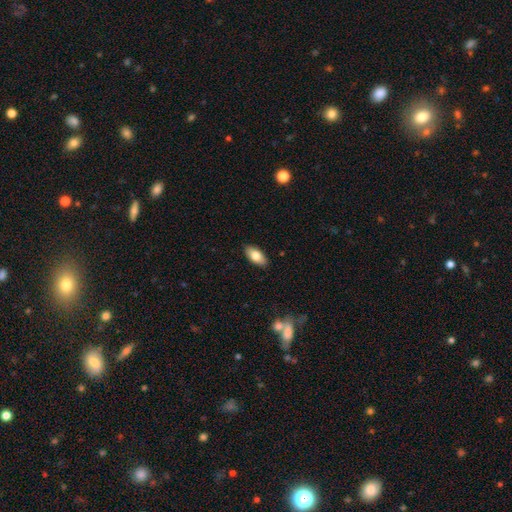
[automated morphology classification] This appears to be a smooth galaxy with no disk features (79%) that is in between round and cigar-shaped (90%). Merging: none (89%).